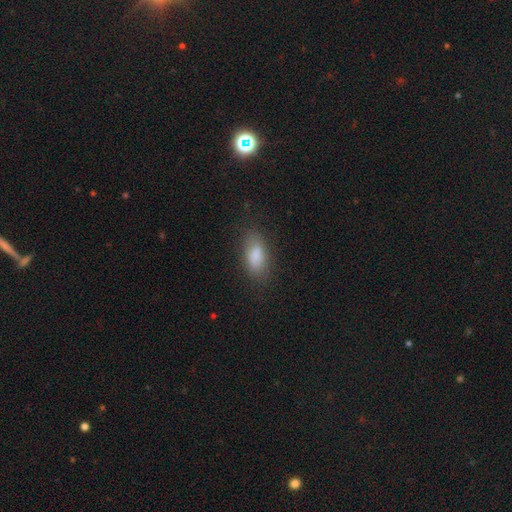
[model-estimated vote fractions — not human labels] A smooth galaxy with no disk features (83%) that is in between round and cigar-shaped (85%).

Vote fractions:
- Smooth or featured? smooth: 83% / featured or disk: 9% / star or artifact: 8%
- How rounded? in between: 85% / cigar-shaped: 11% / round: 4%
- Merging? none: 76% / minor disturbance: 17% / major disturbance: 6% / merger: 2%